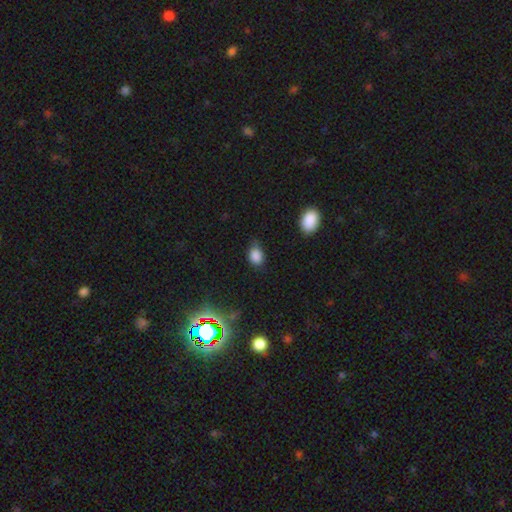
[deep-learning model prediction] Smooth or featured: smooth — 84% (star or artifact — 11%)
How rounded: in between — 67% (round — 31%)
Merging: none — 58% (minor disturbance — 33%)